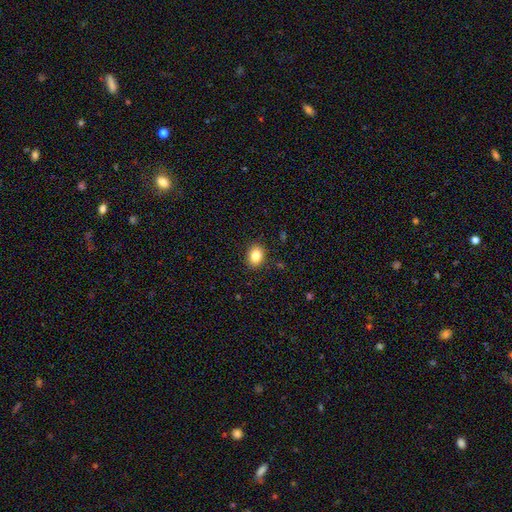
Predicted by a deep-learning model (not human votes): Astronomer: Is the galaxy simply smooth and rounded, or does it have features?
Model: smooth — 84%.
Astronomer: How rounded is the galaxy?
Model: in between — 58% (runner-up: round, 41%).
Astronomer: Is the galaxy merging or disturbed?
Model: none — 89%.